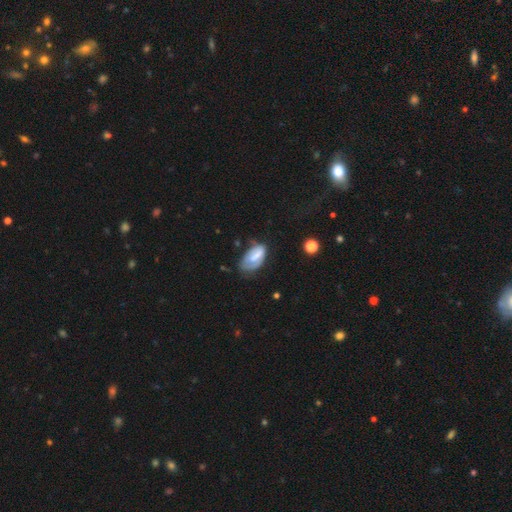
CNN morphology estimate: type=smooth (54%); roundness=in between (90%); merging=none (39%).